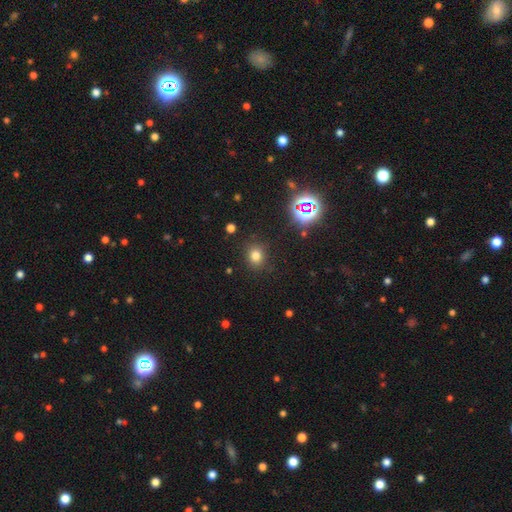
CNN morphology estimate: Smooth or featured? Predicted: smooth (p=0.74). How rounded? Predicted: round (p=0.75). Merging? Predicted: none (p=0.86).